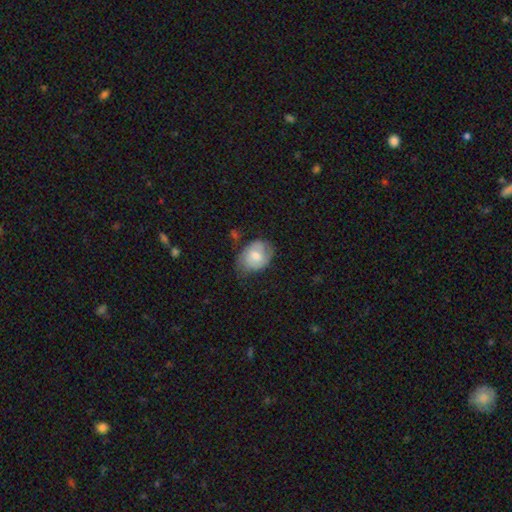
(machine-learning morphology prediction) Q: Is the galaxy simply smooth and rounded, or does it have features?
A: smooth — 52%.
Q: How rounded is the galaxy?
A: in between — 63%.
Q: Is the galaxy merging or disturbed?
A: none — 54%.